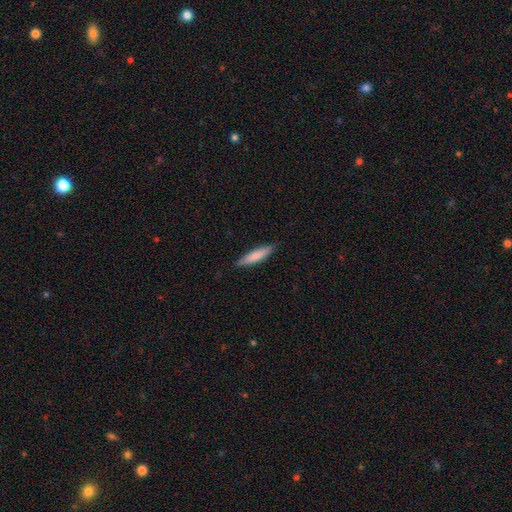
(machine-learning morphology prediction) The model was most divided on "how rounded": cigar-shaped: 79%, in between: 19%, round: 1%. More confident: merging — none (87%); smooth or featured — smooth (80%).